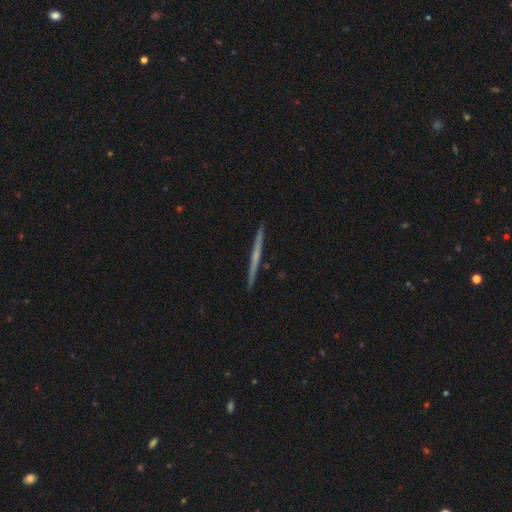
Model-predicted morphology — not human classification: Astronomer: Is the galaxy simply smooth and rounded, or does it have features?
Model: featured or disk — 62%.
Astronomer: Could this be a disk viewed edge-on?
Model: yes — 98%.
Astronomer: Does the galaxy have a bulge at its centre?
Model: none — 79%.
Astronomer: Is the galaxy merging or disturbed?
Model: none — 93%.